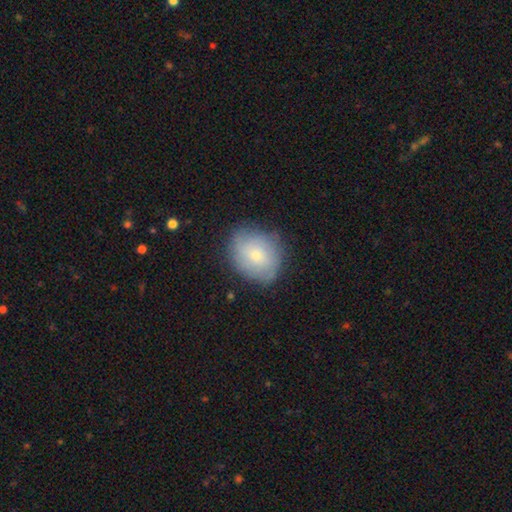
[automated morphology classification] This appears to be a smooth galaxy with no disk features (62%) that is round (68%). Merging: none (75%).